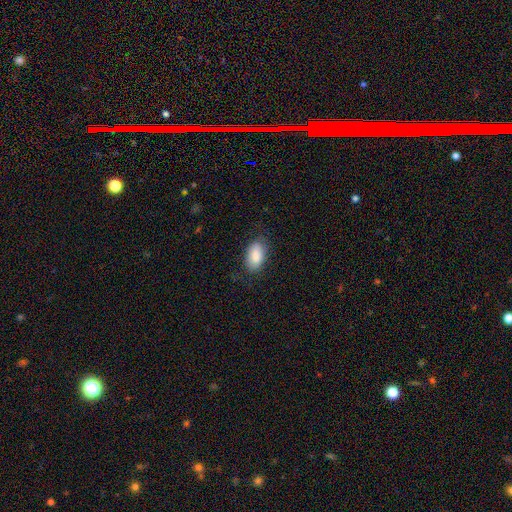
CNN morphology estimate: Smooth or featured? smooth (87%)
How rounded? in between (94%)
Merging? none (78%)